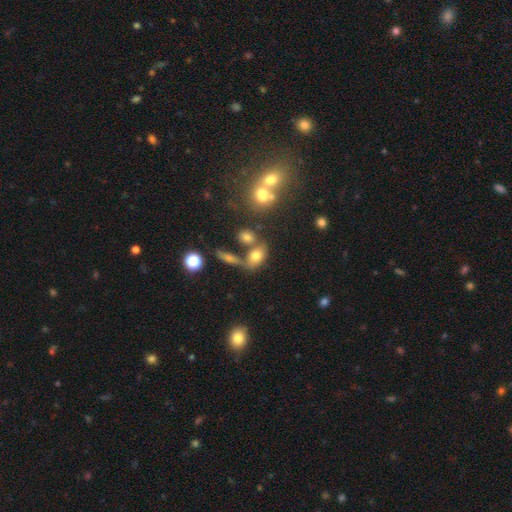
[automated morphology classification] smooth_or_featured: smooth (p=0.72) [alt: featured or disk p=0.15]
how_rounded: in between (p=0.76) [alt: round p=0.20]
merging: none (p=0.46) [alt: merger p=0.32]